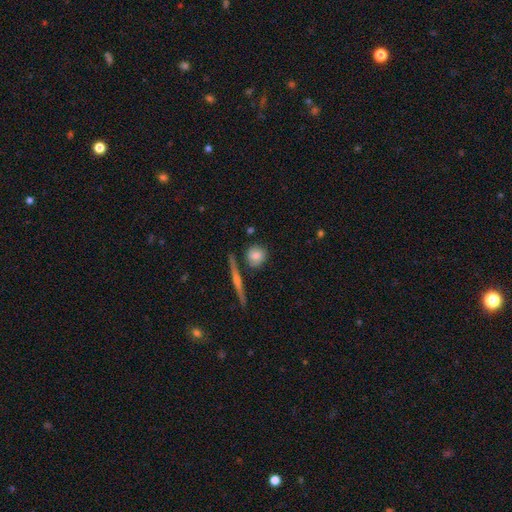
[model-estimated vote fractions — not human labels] Q: Smooth or featured?
A: smooth (77%); runner-up: featured or disk (14%)
Q: How rounded?
A: round (86%); runner-up: in between (11%)
Q: Merging?
A: none (77%); runner-up: minor disturbance (12%)